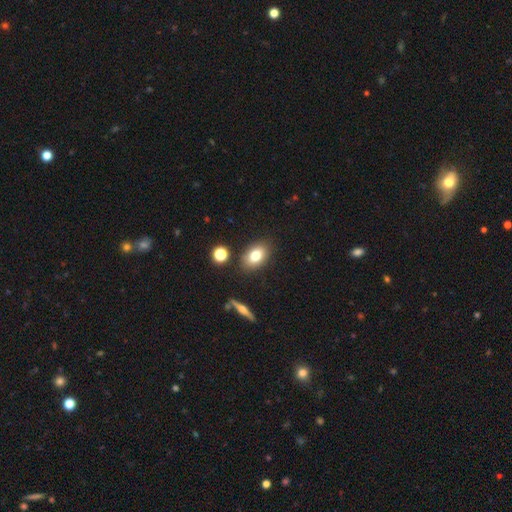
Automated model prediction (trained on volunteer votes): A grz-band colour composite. It shows a smooth galaxy with no disk features (77%) that is in between round and cigar-shaped (84%). Merging: none (83%).